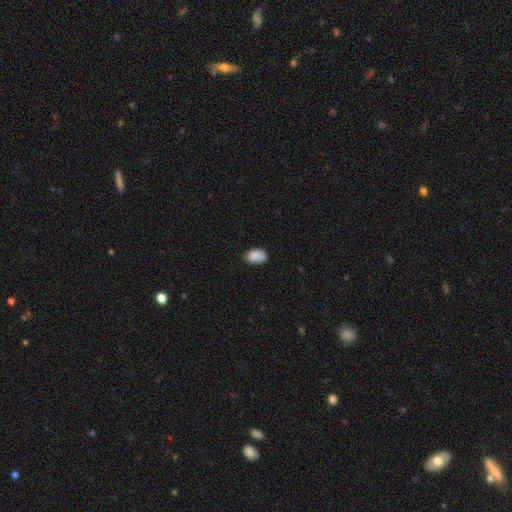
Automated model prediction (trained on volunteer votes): This is clearly a smooth galaxy (82%). How rounded: clearly in between (88%). Merging: likely none (66%).